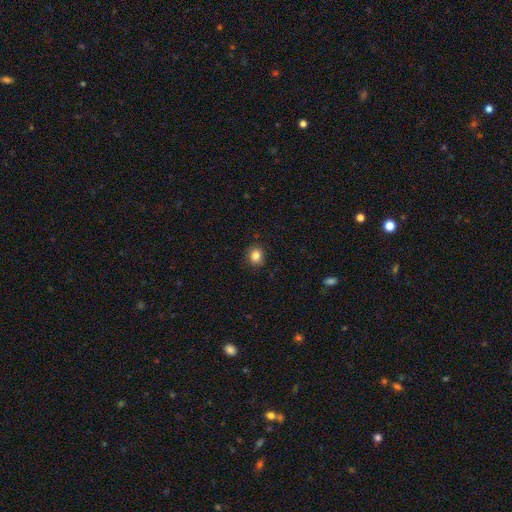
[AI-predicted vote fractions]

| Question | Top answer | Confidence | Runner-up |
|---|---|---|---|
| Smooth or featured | smooth | 85% | star or artifact (10%) |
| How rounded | round | 74% | in between (25%) |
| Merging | none | 88% | minor disturbance (9%) |